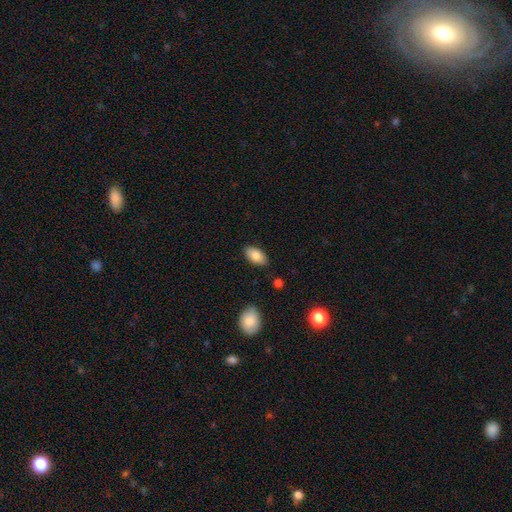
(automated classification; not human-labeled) This is clearly a smooth galaxy (83%). How rounded: clearly in between (94%). Merging: clearly none (85%).